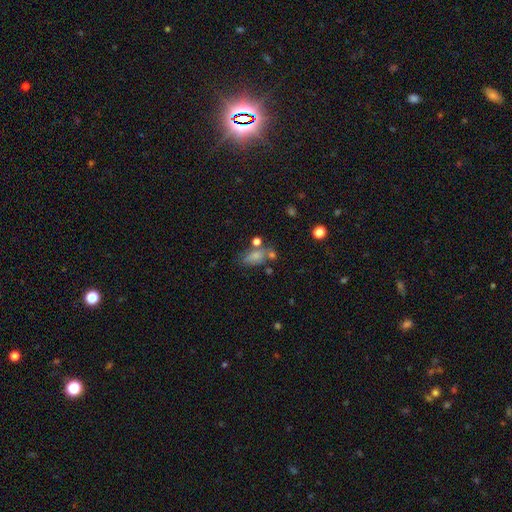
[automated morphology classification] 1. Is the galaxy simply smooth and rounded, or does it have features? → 70% smooth, 16% featured or disk, 14% star or artifact.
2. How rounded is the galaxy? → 80% in between, 10% round, 10% cigar-shaped.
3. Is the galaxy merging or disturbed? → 45% none, 21% merger, 21% minor disturbance, 13% major disturbance.